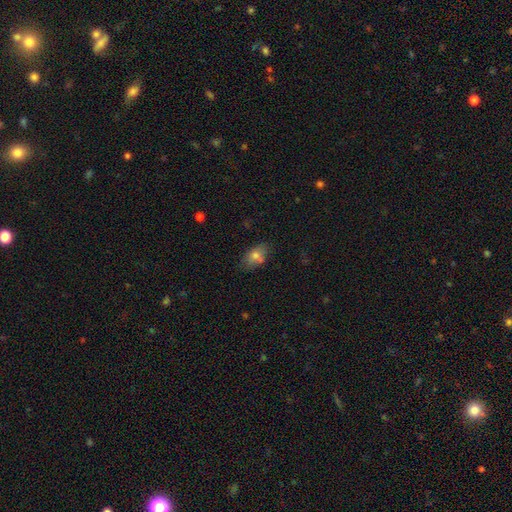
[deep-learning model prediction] Smooth or featured? Predicted: smooth (p=0.75). How rounded? Predicted: in between (p=0.85). Merging? Predicted: none (p=0.67).